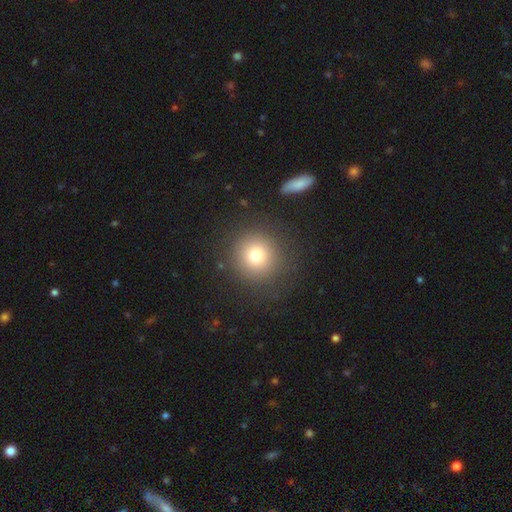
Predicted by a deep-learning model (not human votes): Overall: smooth (77%). How rounded: round (94%). Merging: none (87%).